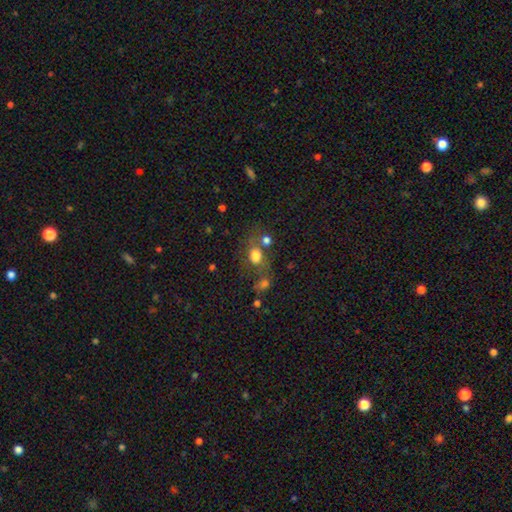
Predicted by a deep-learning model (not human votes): Smooth or featured? Predicted: smooth (p=0.72). How rounded? Predicted: in between (p=0.56). Merging? Predicted: none (p=0.46).